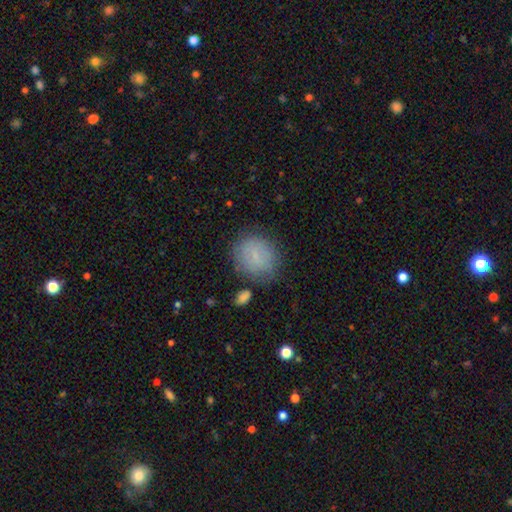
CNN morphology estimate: This appears to be a smooth galaxy with no disk features (72%) that is round (71%). Merging: none (75%).